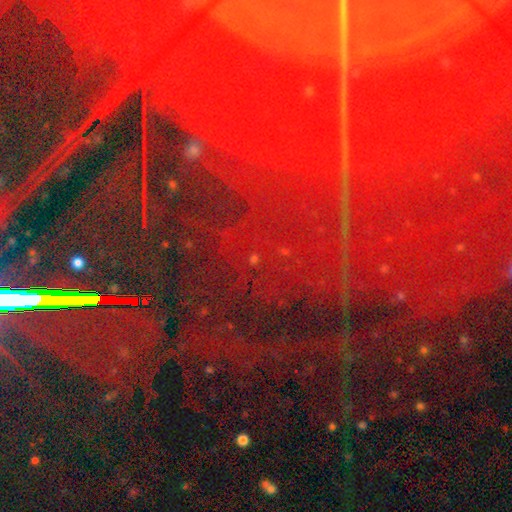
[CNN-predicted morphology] smooth-or-featured: star or artifact: 86% | featured or disk: 8% | smooth: 6%